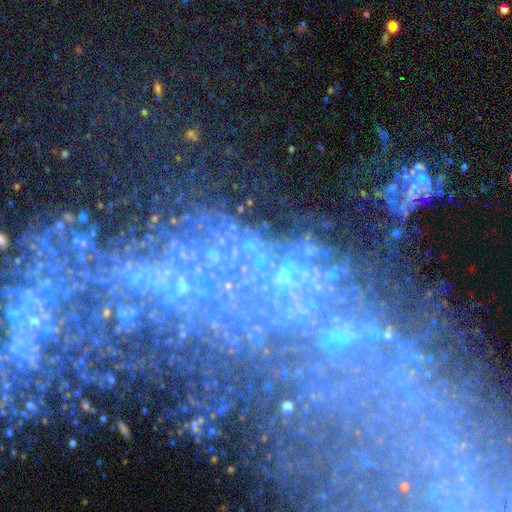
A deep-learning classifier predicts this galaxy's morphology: A star or artifact, not a galaxy (52%).

Vote fractions:
- Smooth or featured? star or artifact: 52% / featured or disk: 34% / smooth: 14%